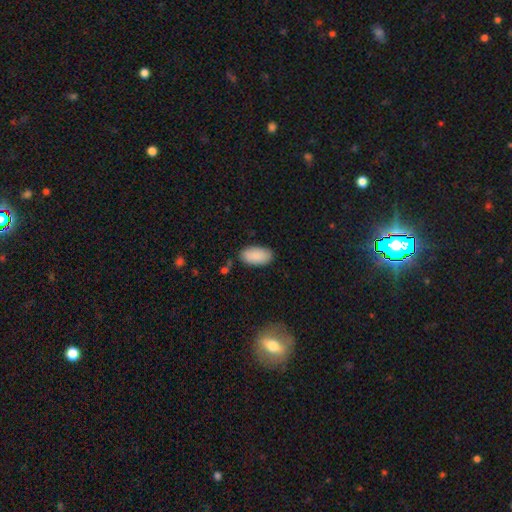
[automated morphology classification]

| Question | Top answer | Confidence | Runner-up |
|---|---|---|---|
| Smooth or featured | smooth | 90% | star or artifact (6%) |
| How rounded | in between | 95% | cigar-shaped (2%) |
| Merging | none | 84% | minor disturbance (12%) |